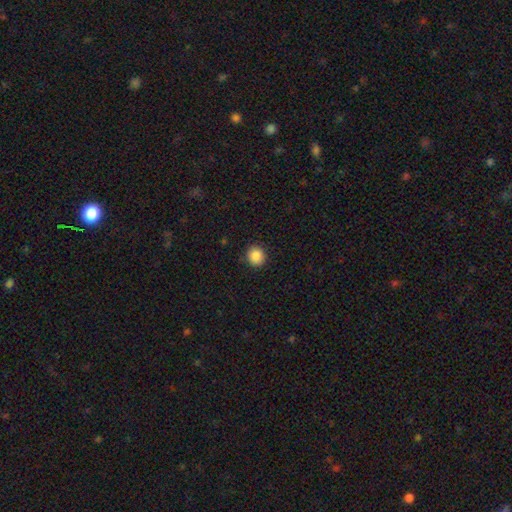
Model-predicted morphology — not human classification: Smooth or featured: smooth — 87% (star or artifact — 9%)
How rounded: round — 89% (in between — 10%)
Merging: none — 91% (minor disturbance — 6%)